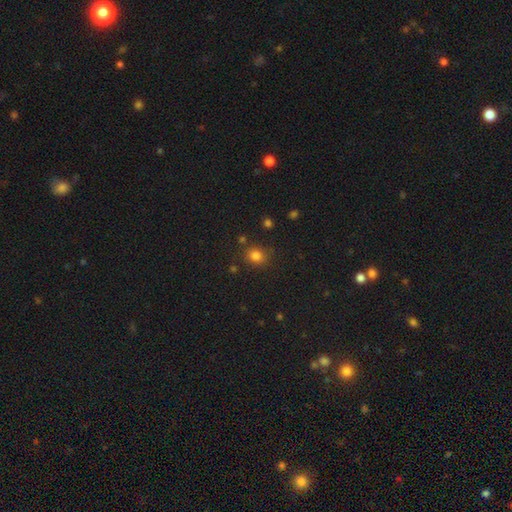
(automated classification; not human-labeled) Smooth or featured? smooth (80%)
How rounded? round (66%)
Merging? none (78%)